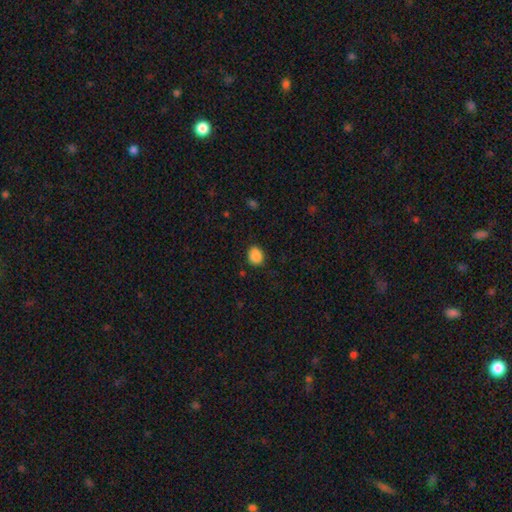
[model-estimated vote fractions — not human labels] A smooth galaxy with no disk features (88%) that is round (60%).

Vote fractions:
- Smooth or featured? smooth: 88% / star or artifact: 9% / featured or disk: 3%
- How rounded? round: 60% / in between: 39% / cigar-shaped: 1%
- Merging? none: 81% / minor disturbance: 14% / major disturbance: 3% / merger: 1%